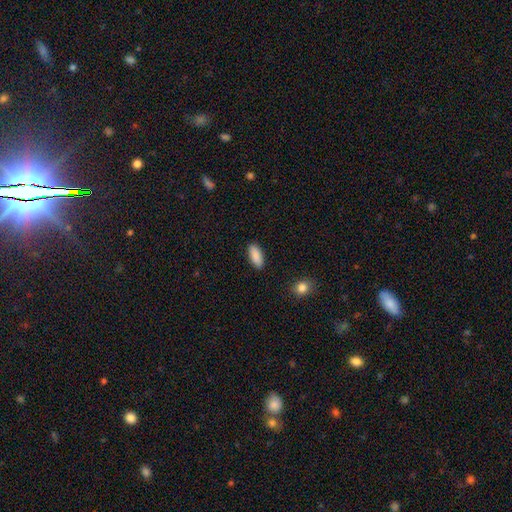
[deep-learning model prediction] smooth 90%, star or artifact 6%, featured or disk 4%. Down the decision tree: how rounded — in between (81%); merging — none (90%).